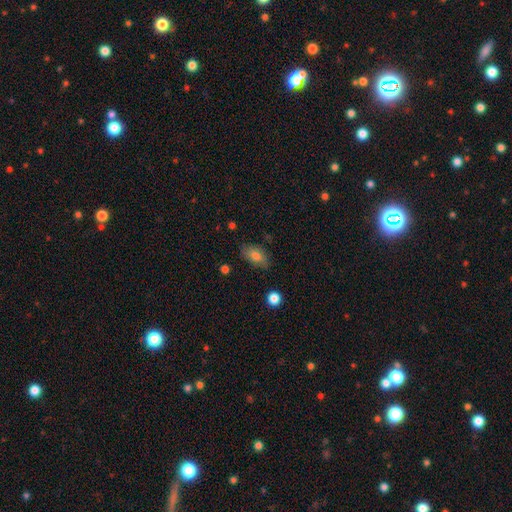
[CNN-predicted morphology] smooth-or-featured: smooth: 79% | featured or disk: 13% | star or artifact: 8%
  how-rounded: in between: 88% | round: 8% | cigar-shaped: 4%
  merging: none: 76% | minor disturbance: 18% | major disturbance: 4% | merger: 2%